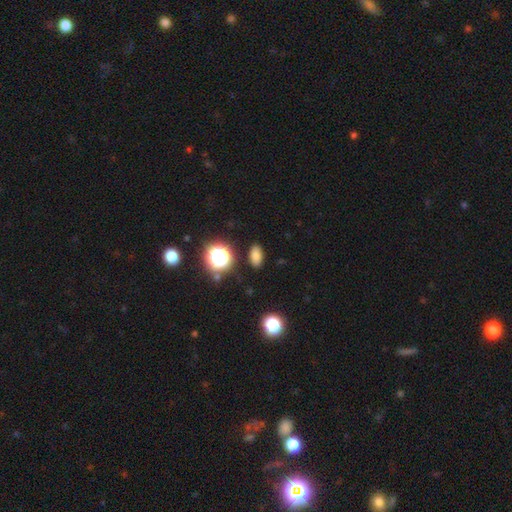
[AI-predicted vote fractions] This appears to be a smooth galaxy with no disk features (77%) that is in between round and cigar-shaped (84%). Merging: none (87%).